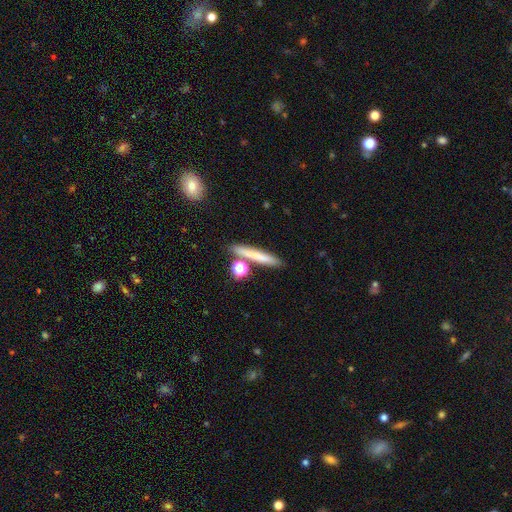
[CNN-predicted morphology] smooth-or-featured: smooth: 70% | featured or disk: 21% | star or artifact: 9%
  how-rounded: cigar-shaped: 84% | in between: 8% | round: 8%
  merging: none: 78% | merger: 10% | minor disturbance: 8% | major disturbance: 3%